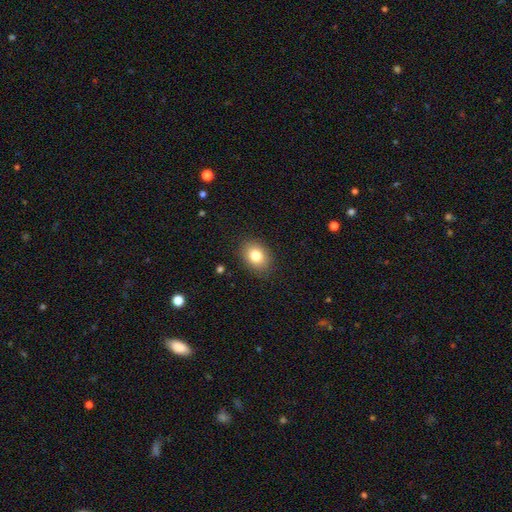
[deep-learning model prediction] Smooth or featured: smooth — 81% (featured or disk — 10%)
How rounded: in between — 66% (round — 33%)
Merging: none — 87% (minor disturbance — 9%)